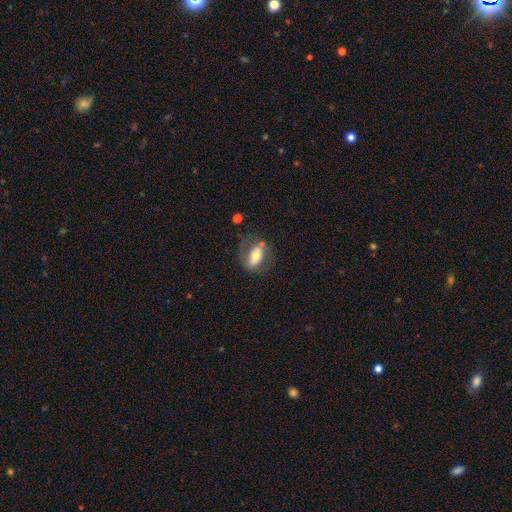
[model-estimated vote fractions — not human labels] Smooth or featured? smooth (48%)
Merging? none (61%)